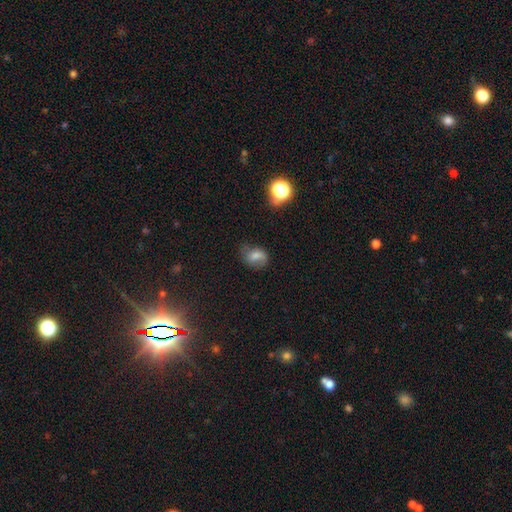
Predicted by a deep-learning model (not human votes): Smooth or featured? Predicted: smooth (p=0.64). How rounded? Predicted: in between (p=0.60). Merging? Predicted: none (p=0.57).